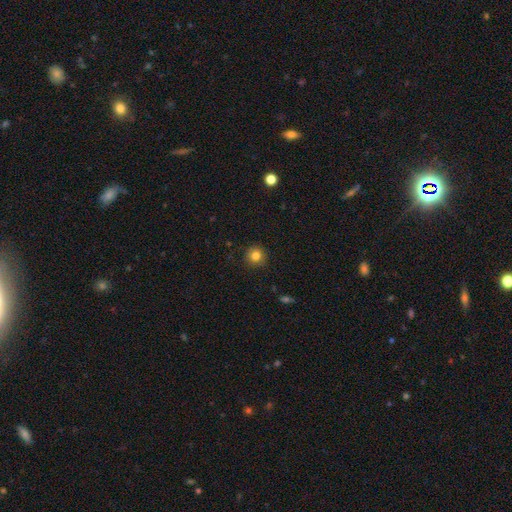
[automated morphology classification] smooth 82%, star or artifact 11%, featured or disk 6%. Down the decision tree: how rounded — round (94%); merging — none (91%).